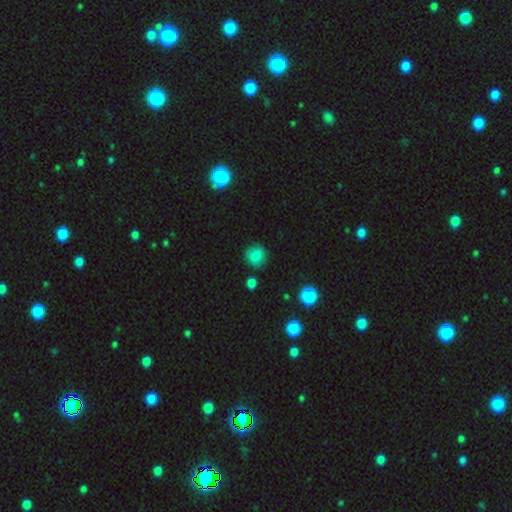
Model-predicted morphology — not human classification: type=smooth (83%); roundness=round (87%); merging=none (85%).